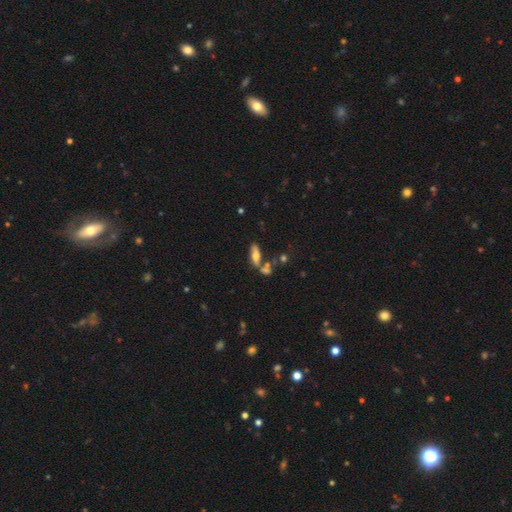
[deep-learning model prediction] Smooth or featured? smooth (59%)
How rounded? in between (60%)
Merging? none (52%)